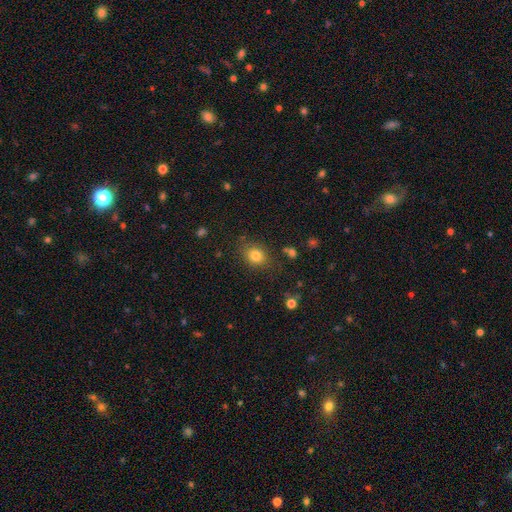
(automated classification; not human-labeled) smooth_or_featured: smooth (p=0.80) [alt: star or artifact p=0.13]
how_rounded: round (p=0.60) [alt: in between p=0.39]
merging: none (p=0.81) [alt: minor disturbance p=0.12]